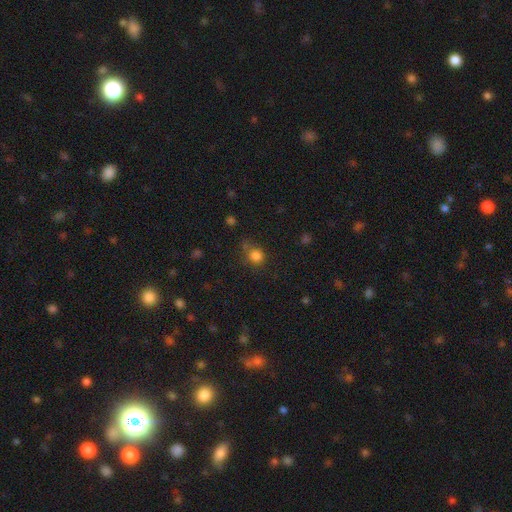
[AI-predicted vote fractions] Morphology: type=smooth (81%); roundness=round (78%); merging=none (58%).